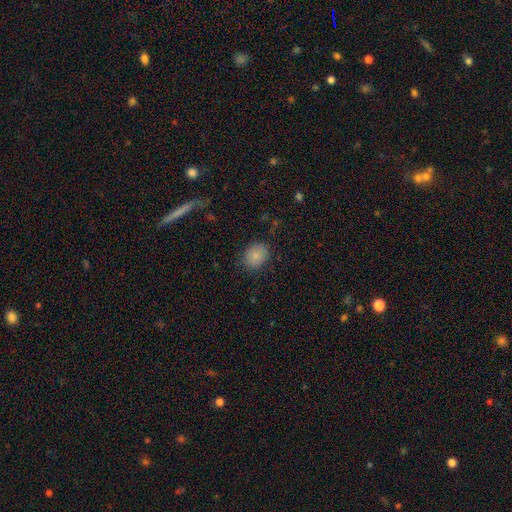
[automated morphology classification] Overall: smooth (85%). How rounded: round (50%; in between 49%). Merging: none (84%).